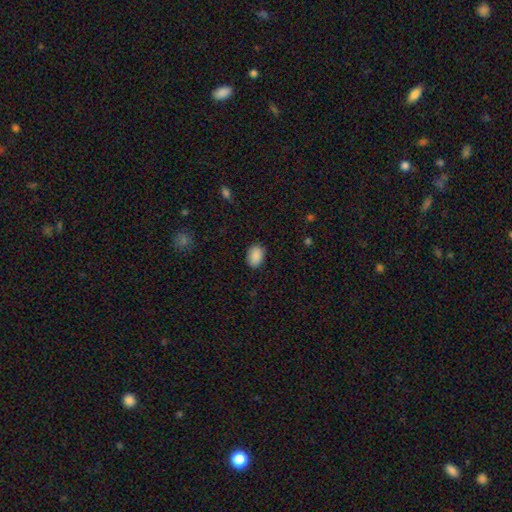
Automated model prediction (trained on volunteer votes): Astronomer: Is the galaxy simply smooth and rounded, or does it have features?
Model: smooth — 90%.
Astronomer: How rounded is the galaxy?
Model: in between — 81%.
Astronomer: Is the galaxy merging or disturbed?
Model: none — 86%.